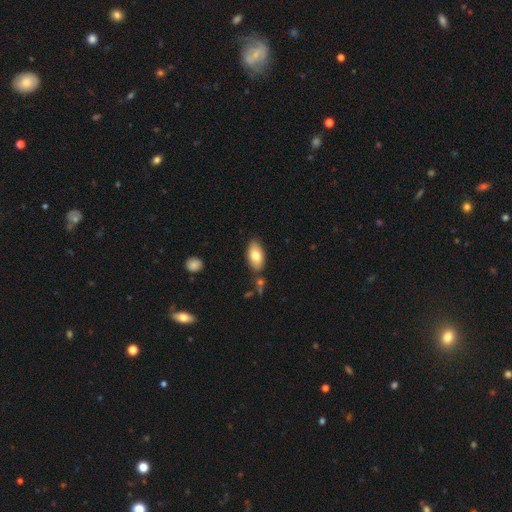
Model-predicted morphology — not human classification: smooth-or-featured: smooth: 77% | featured or disk: 16% | star or artifact: 7%
  how-rounded: in between: 93% | cigar-shaped: 4% | round: 3%
  merging: none: 81% | minor disturbance: 12% | merger: 4% | major disturbance: 2%